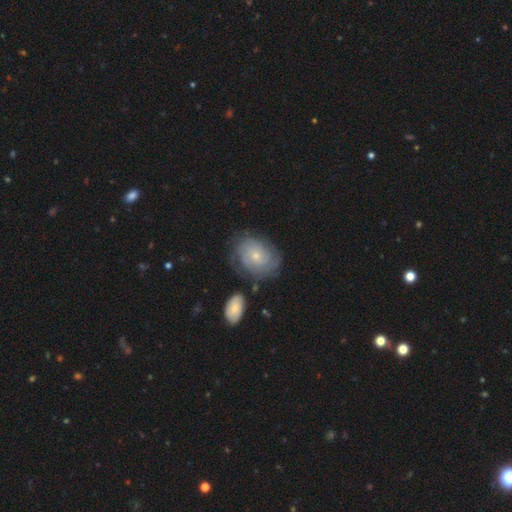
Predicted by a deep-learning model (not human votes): This is likely a featured or disk galaxy (62%). It is clearly not viewed edge-on (96%). Bar: clearly no (83%). Spiral arm pattern: clearly yes (82%). Central bulge: likely small (72%). Merging: likely none (67%).